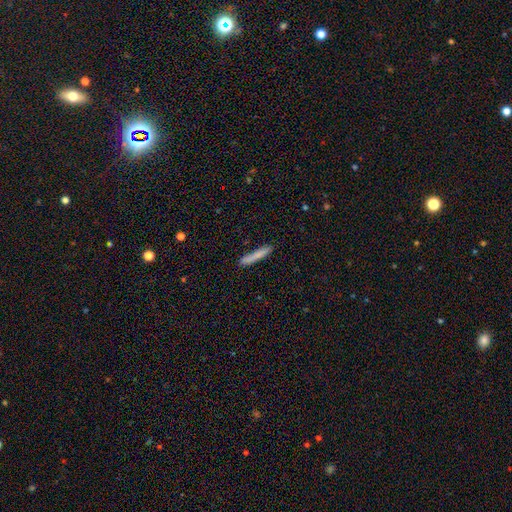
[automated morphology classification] This is clearly a smooth galaxy (80%). How rounded: clearly cigar-shaped (94%). Merging: clearly none (87%).